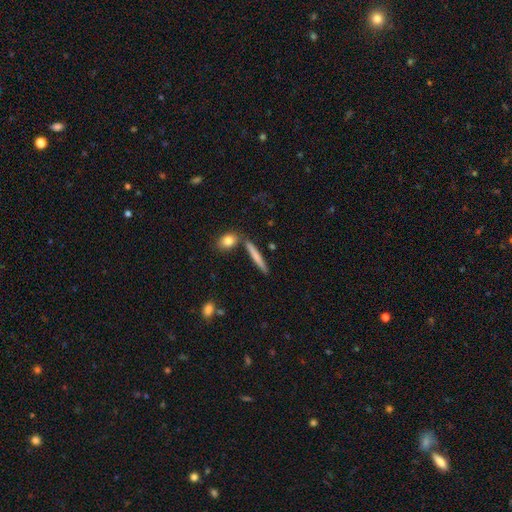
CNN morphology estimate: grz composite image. It shows a smooth galaxy with no disk features (68%) that is cigar-shaped (92%). Merging: none (82%).